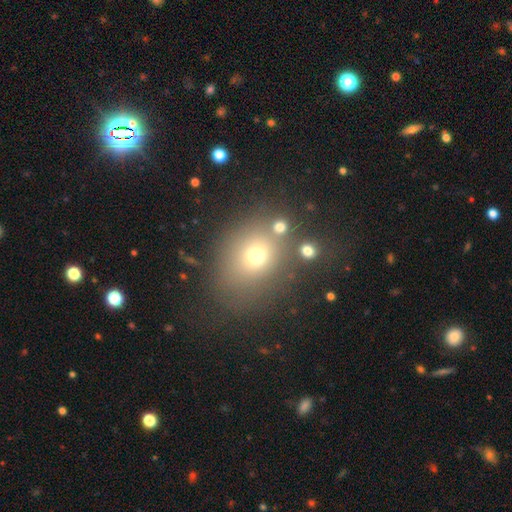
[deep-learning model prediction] Q: Smooth or featured?
A: smooth (67%); runner-up: star or artifact (20%)
Q: How rounded?
A: round (53%); runner-up: in between (46%)
Q: Merging?
A: none (70%); runner-up: minor disturbance (14%)